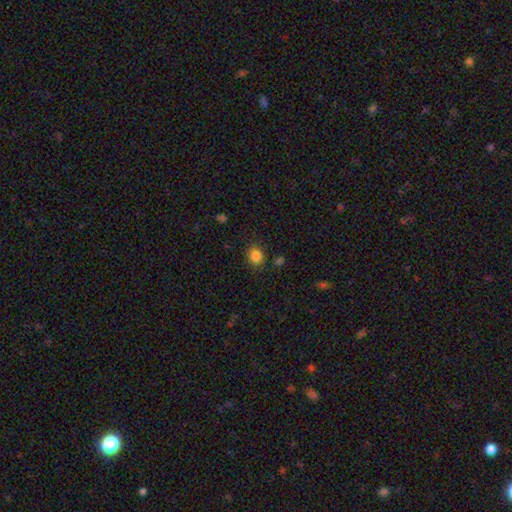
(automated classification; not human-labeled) Smooth or featured?
  - smooth: 84% *
  - star or artifact: 12%
  - featured or disk: 4%
How rounded?
  - round: 70% *
  - in between: 29%
  - cigar-shaped: 1%
Merging?
  - none: 83% *
  - minor disturbance: 10%
  - major disturbance: 3%
  - merger: 3%